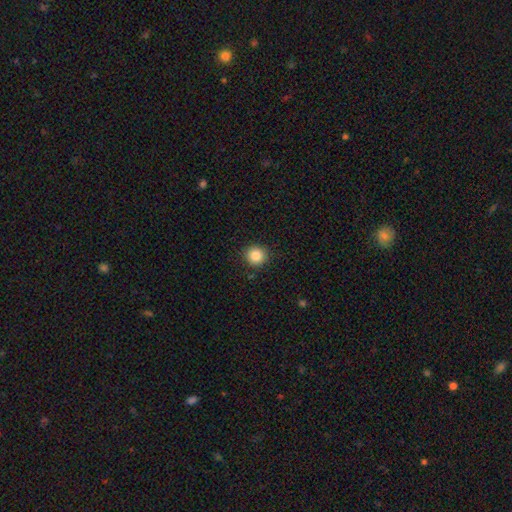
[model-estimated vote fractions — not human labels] smooth_or_featured: smooth (p=0.85) [alt: star or artifact p=0.10]
how_rounded: round (p=0.93) [alt: in between p=0.06]
merging: none (p=0.91) [alt: minor disturbance p=0.06]